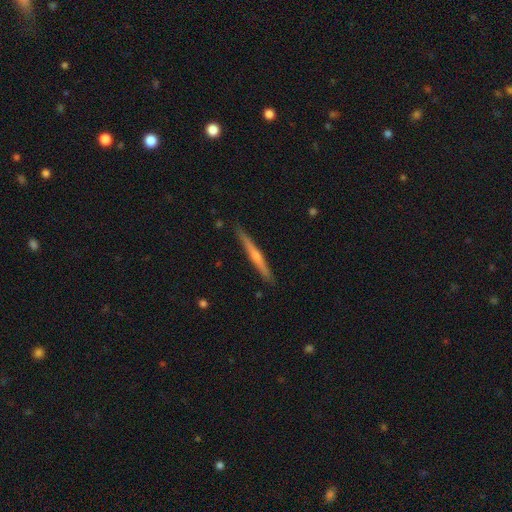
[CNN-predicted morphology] The model was most divided on "smooth or featured": featured or disk: 63%, smooth: 31%, star or artifact: 6%. More confident: edge-on disk — yes (98%); merging — none (89%); edge-on bulge — rounded (64%).